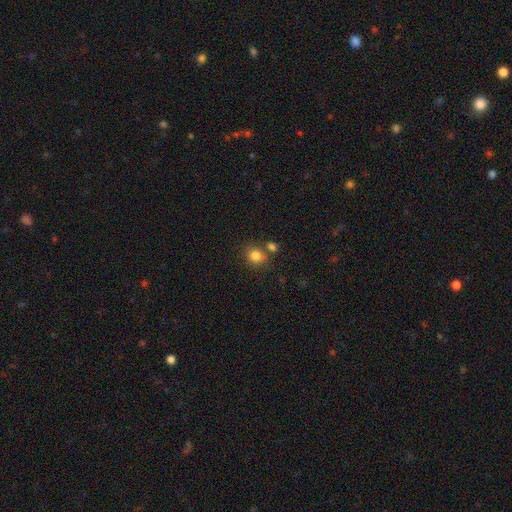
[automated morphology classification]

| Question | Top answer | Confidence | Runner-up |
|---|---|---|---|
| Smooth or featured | smooth | 82% | star or artifact (12%) |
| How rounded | round | 74% | in between (26%) |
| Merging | none | 62% | merger (22%) |